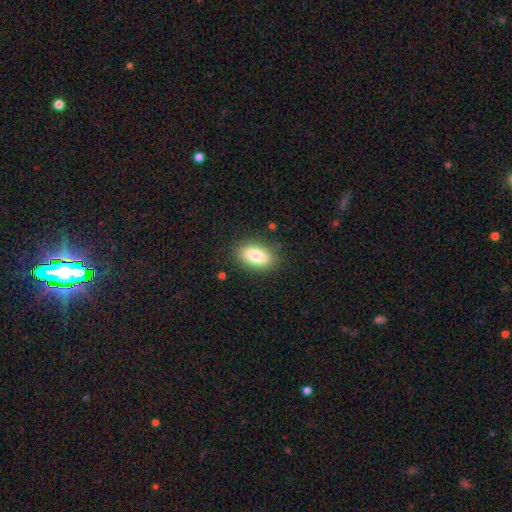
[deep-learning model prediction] Smooth or featured: smooth — 80% (featured or disk — 12%)
How rounded: in between — 88% (cigar-shaped — 7%)
Merging: none — 84% (minor disturbance — 12%)